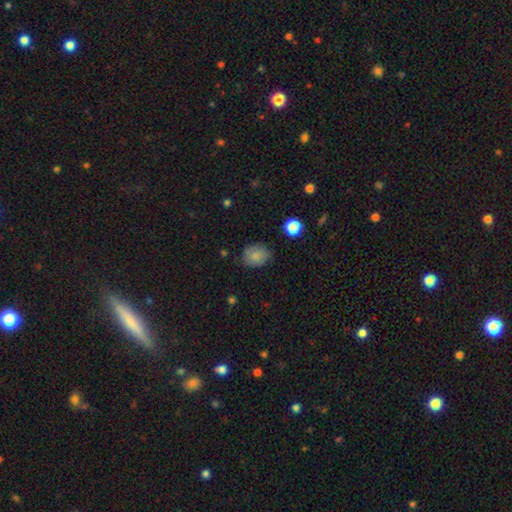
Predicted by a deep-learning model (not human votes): smooth-or-featured: smooth: 78% | featured or disk: 13% | star or artifact: 9%
  how-rounded: round: 56% | in between: 43% | cigar-shaped: 1%
  merging: none: 70% | minor disturbance: 23% | major disturbance: 5% | merger: 2%